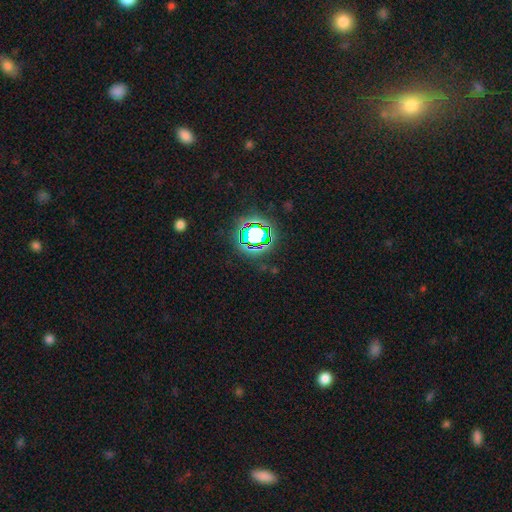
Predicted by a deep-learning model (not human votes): A star or artifact, not a galaxy (79%).

Vote fractions:
- Smooth or featured? star or artifact: 79% / smooth: 13% / featured or disk: 8%